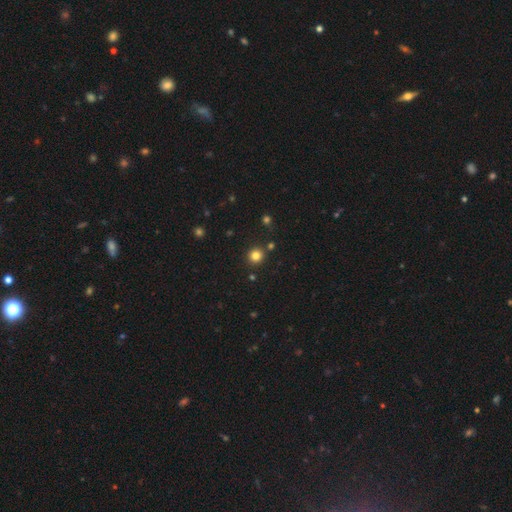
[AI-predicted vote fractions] A smooth galaxy with no disk features (82%) that is round (91%).

Vote fractions:
- Smooth or featured? smooth: 82% / star or artifact: 13% / featured or disk: 5%
- How rounded? round: 91% / in between: 8% / cigar-shaped: 1%
- Merging? none: 87% / minor disturbance: 6% / merger: 4% / major disturbance: 2%